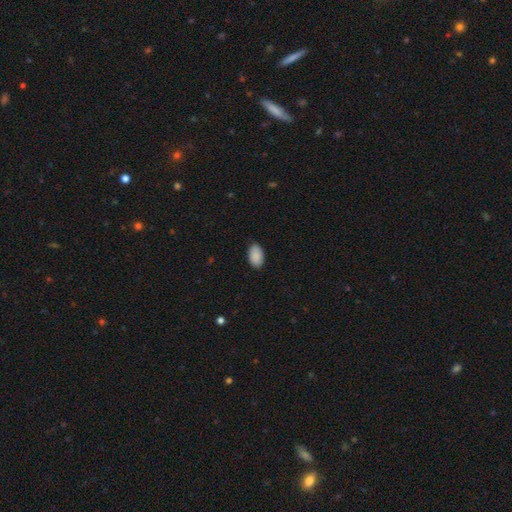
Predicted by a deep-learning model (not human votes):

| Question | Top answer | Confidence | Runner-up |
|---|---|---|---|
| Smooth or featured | smooth | 91% | star or artifact (6%) |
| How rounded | in between | 94% | round (5%) |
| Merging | none | 88% | minor disturbance (9%) |